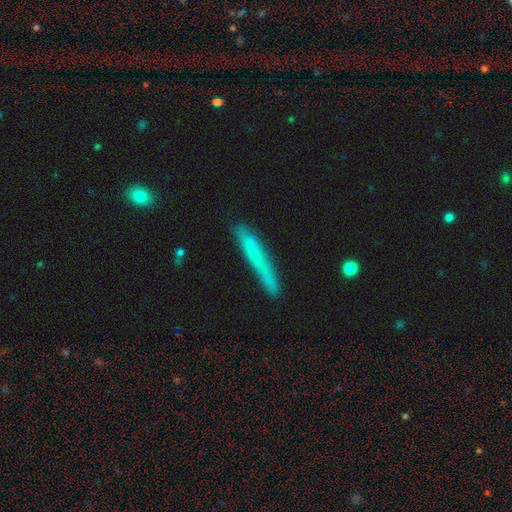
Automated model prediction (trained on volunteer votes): Overall: smooth (64%; featured or disk 28%). How rounded: cigar-shaped (95%). Merging: none (77%).